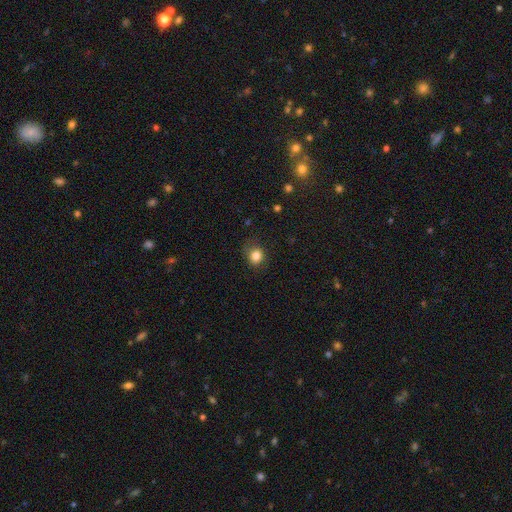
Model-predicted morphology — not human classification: Smooth or featured?
  - smooth: 83% *
  - star or artifact: 11%
  - featured or disk: 6%
How rounded?
  - round: 73% *
  - in between: 27%
  - cigar-shaped: 1%
Merging?
  - none: 75% *
  - minor disturbance: 18%
  - major disturbance: 5%
  - merger: 1%